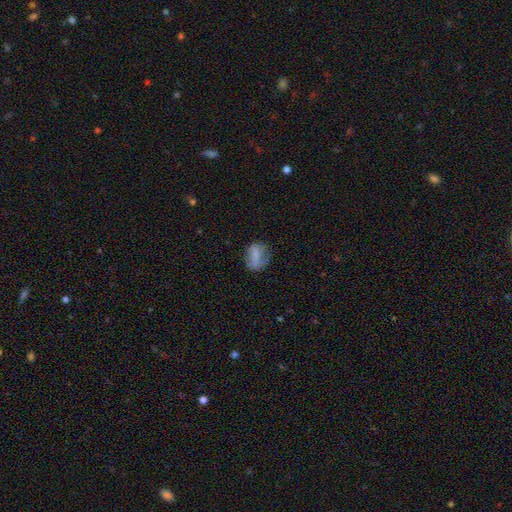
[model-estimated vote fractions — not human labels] Morphology: type=smooth (65%); roundness=in between (67%); merging=none (52%).